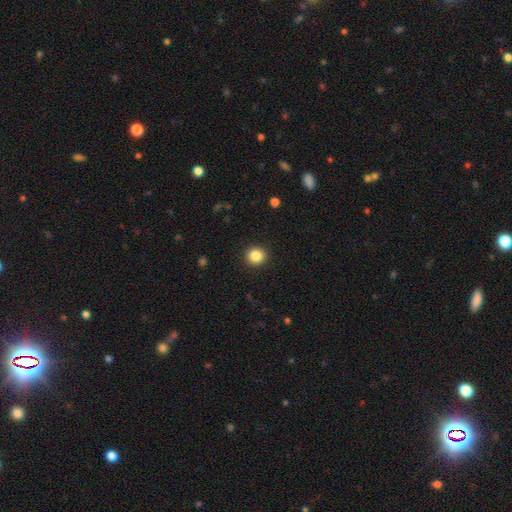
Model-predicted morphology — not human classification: Smooth or featured? Predicted: smooth (p=0.86). How rounded? Predicted: round (p=0.90). Merging? Predicted: none (p=0.92).